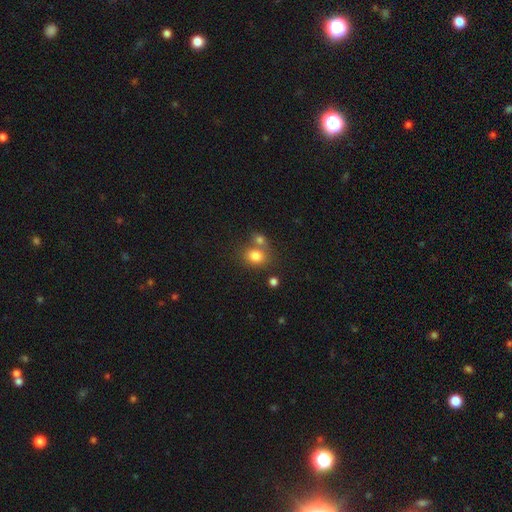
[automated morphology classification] smooth 80%, star or artifact 11%, featured or disk 9%. Down the decision tree: how rounded — round (55%); merging — none (50%).